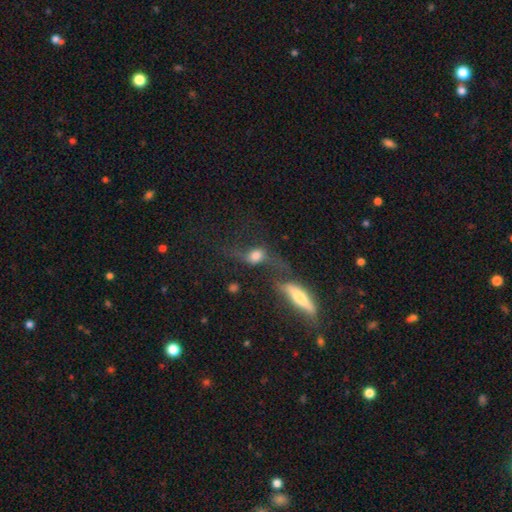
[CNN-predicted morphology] smooth-or-featured: smooth: 50% | featured or disk: 35% | star or artifact: 15%
  how-rounded: in between: 62% | round: 25% | cigar-shaped: 13%
  merging: merger: 35% | none: 28% | major disturbance: 23% | minor disturbance: 14%